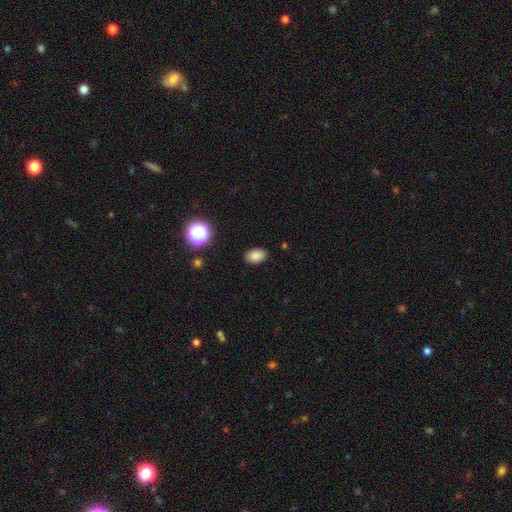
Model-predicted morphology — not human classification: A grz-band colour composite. It shows a smooth galaxy with no disk features (84%) that is in between round and cigar-shaped (87%). Merging: none (88%).